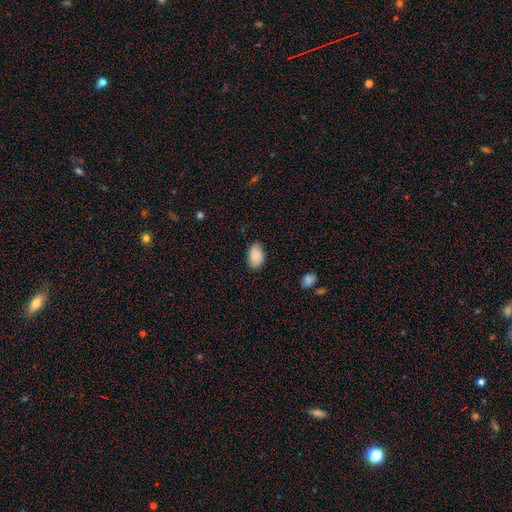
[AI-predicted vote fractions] smooth_or_featured: smooth (p=0.87) [alt: star or artifact p=0.07]
how_rounded: in between (p=0.92) [alt: round p=0.07]
merging: none (p=0.80) [alt: minor disturbance p=0.16]